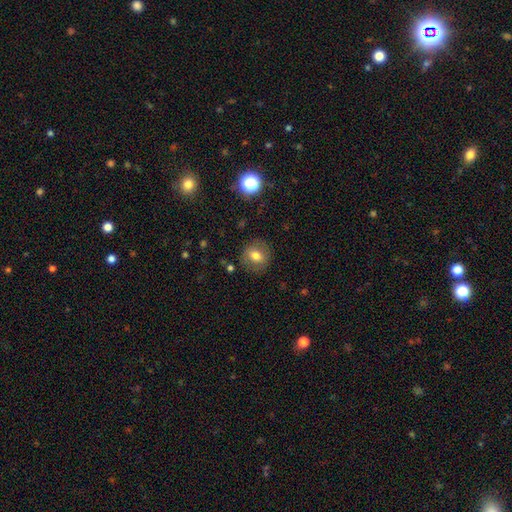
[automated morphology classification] A smooth galaxy with no disk features (71%) that is round (83%). Merging: none (86%).